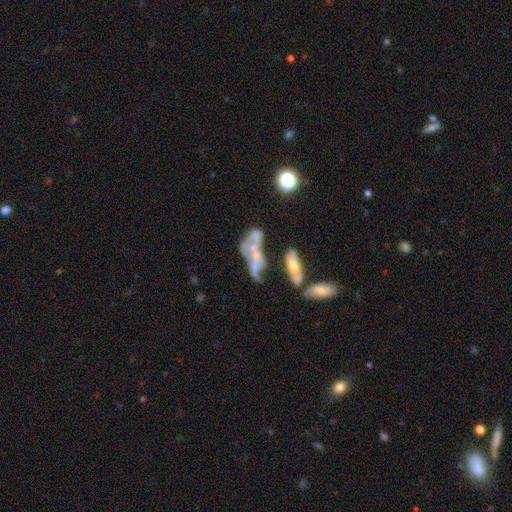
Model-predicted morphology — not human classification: A featured or disk galaxy (60%) with no bar (81%), no spiral arms (75%) and a small central bulge (36%). Merging: merger (41%).